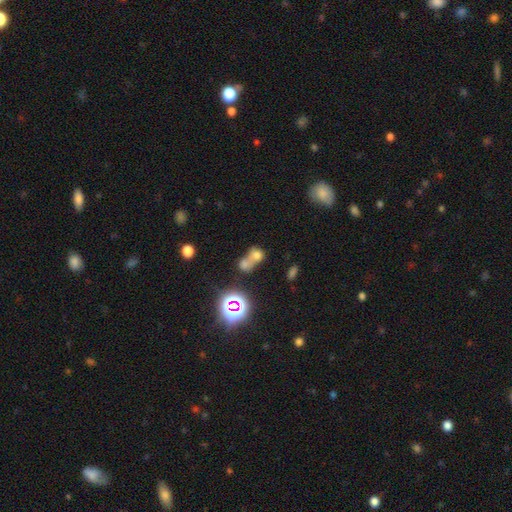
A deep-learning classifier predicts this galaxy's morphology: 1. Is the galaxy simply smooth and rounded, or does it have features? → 61% smooth, 24% star or artifact, 16% featured or disk.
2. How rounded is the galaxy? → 62% round, 36% in between, 2% cigar-shaped.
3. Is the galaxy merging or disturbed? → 67% merger, 22% none, 6% minor disturbance, 5% major disturbance.